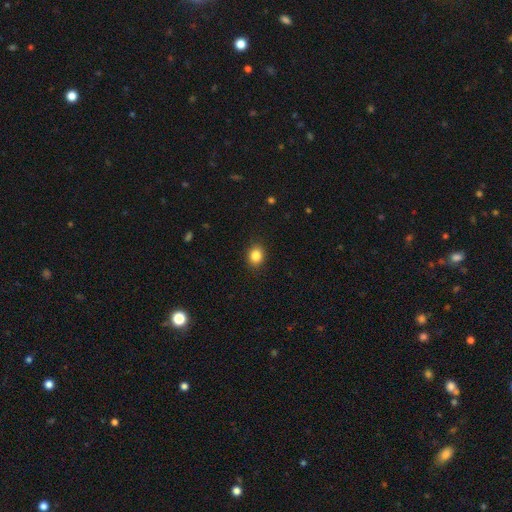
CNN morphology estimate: The model was most divided on "how rounded": round: 60%, in between: 39%, cigar-shaped: 1%. More confident: merging — none (89%); smooth or featured — smooth (85%).